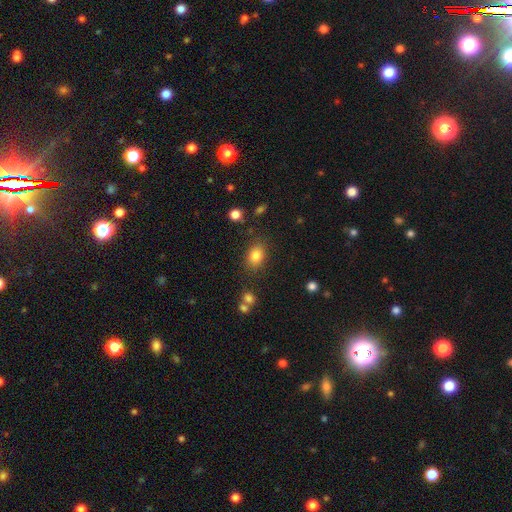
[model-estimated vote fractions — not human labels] smooth 82%, star or artifact 11%, featured or disk 7%. Down the decision tree: how rounded — in between (69%); merging — none (80%).